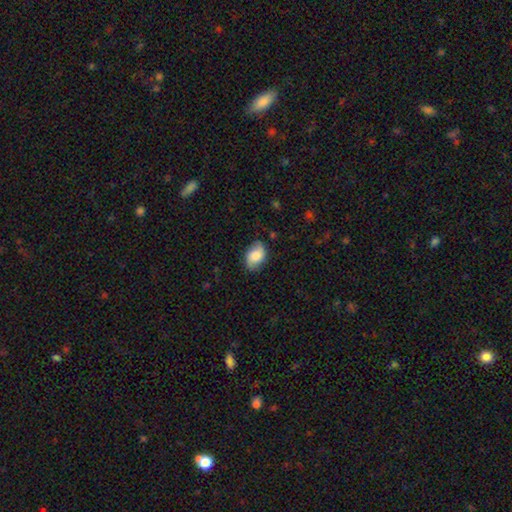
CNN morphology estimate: This appears to be a smooth galaxy with no disk features (65%) that is in between round and cigar-shaped (83%). Merging: none (77%).